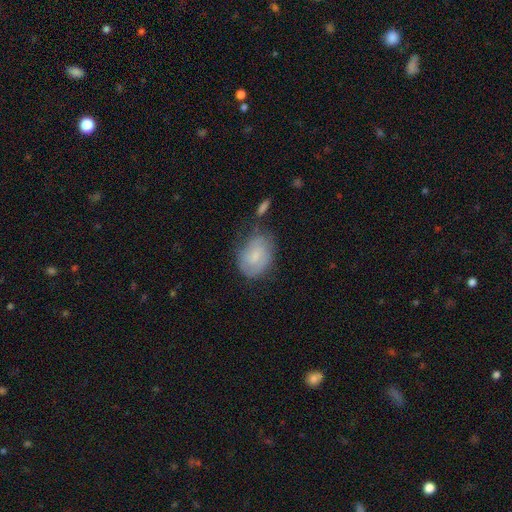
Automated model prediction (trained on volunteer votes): The model was most divided on "smooth or featured": smooth: 55%, featured or disk: 37%, star or artifact: 8%. More confident: how rounded — in between (73%); merging — none (54%).